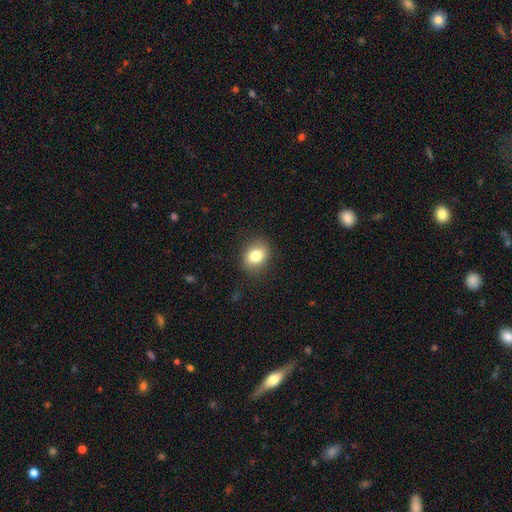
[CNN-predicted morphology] smooth 81%, star or artifact 10%, featured or disk 9%. Down the decision tree: how rounded — in between (51%); merging — none (85%).